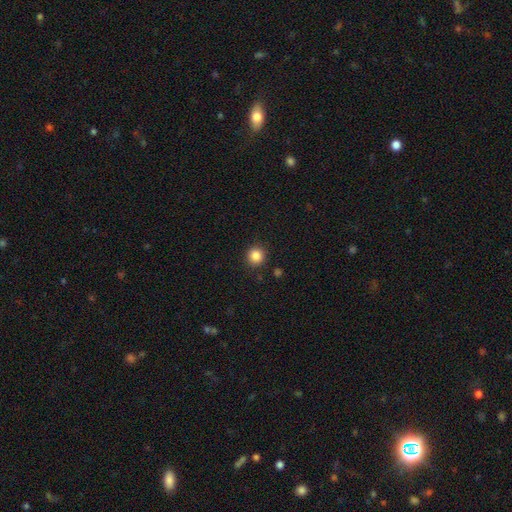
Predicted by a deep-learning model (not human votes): smooth 85%, star or artifact 11%, featured or disk 4%. Down the decision tree: how rounded — round (94%); merging — none (91%).